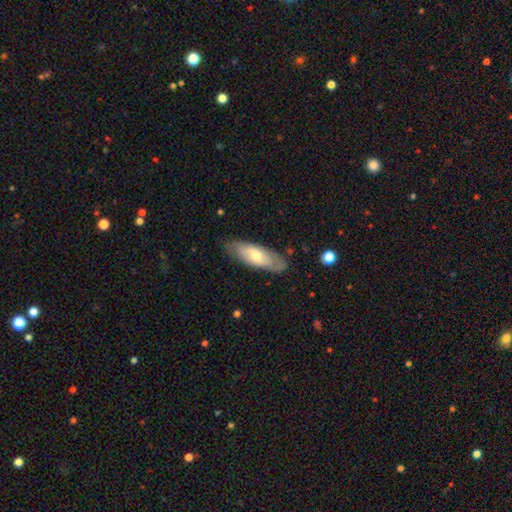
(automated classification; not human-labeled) A smooth galaxy with no disk features (51%) that is in between round and cigar-shaped (67%).

Vote fractions:
- Smooth or featured? smooth: 51% / featured or disk: 44% / star or artifact: 5%
- How rounded? in between: 67% / cigar-shaped: 31% / round: 2%
- Merging? none: 80% / minor disturbance: 15% / major disturbance: 4% / merger: 1%